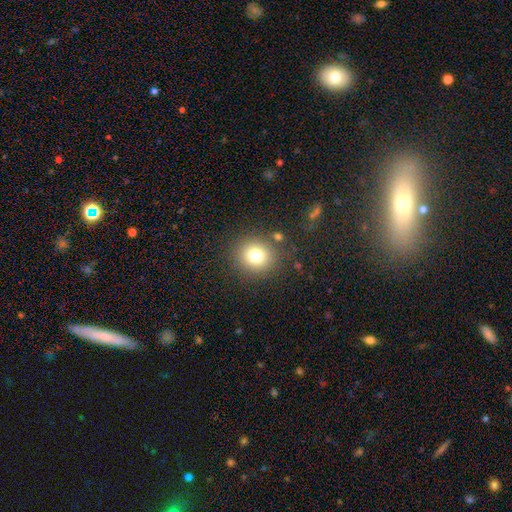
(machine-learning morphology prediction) Smooth or featured? Predicted: smooth (p=0.76). How rounded? Predicted: round (p=0.87). Merging? Predicted: none (p=0.86).